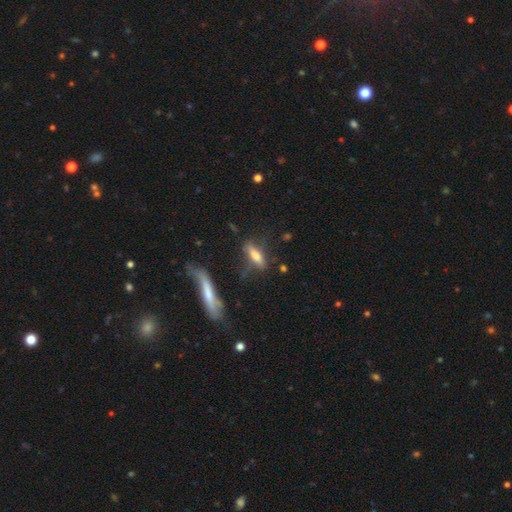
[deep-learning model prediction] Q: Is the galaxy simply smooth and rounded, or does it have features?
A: smooth — 61%.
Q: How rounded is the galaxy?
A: cigar-shaped — 55%.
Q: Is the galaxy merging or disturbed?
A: none — 58%.